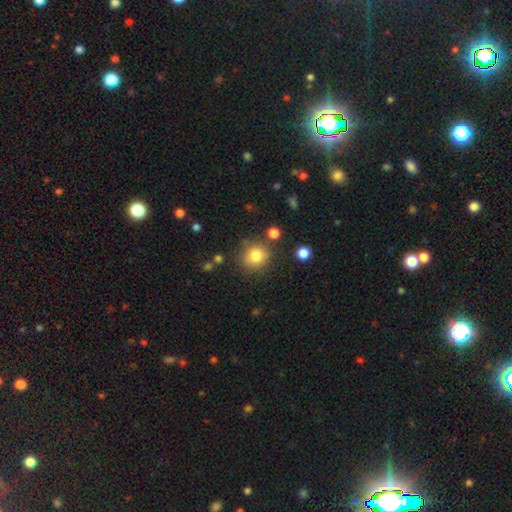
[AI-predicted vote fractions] A smooth galaxy with no disk features (80%) that is round (88%). Merging: none (80%).